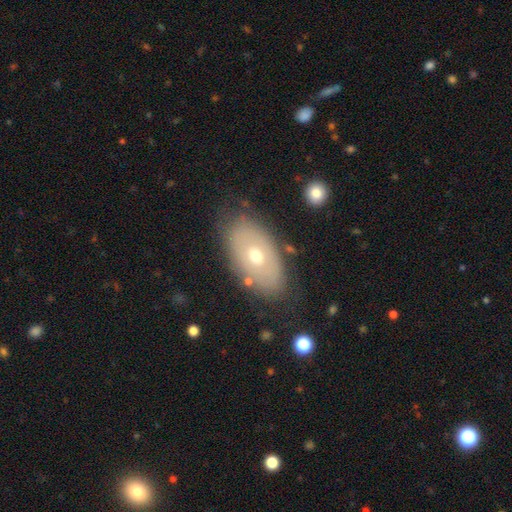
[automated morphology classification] Smooth or featured? smooth (47%)
Merging? none (78%)